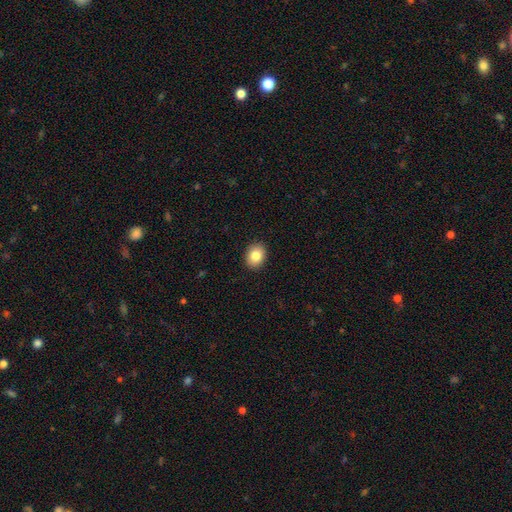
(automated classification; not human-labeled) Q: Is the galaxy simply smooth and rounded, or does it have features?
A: smooth — 84%.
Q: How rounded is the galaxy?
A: in between — 57%.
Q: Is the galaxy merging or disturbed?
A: none — 91%.